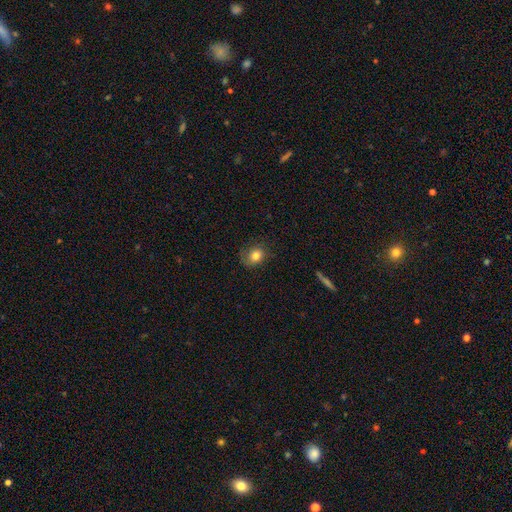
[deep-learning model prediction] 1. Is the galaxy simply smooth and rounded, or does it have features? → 80% smooth, 10% star or artifact, 9% featured or disk.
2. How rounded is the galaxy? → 63% round, 36% in between, 1% cigar-shaped.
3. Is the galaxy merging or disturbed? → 75% none, 18% minor disturbance, 6% major disturbance, 1% merger.